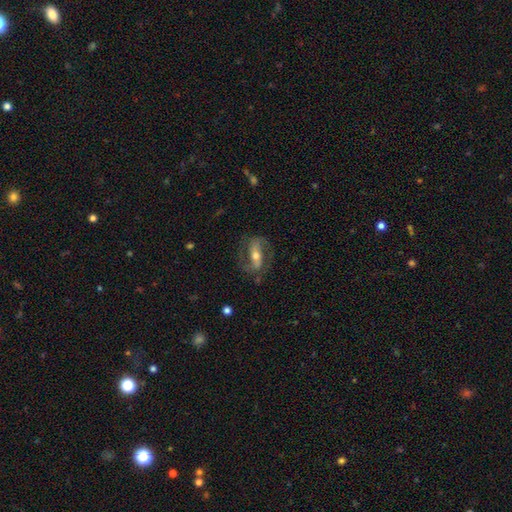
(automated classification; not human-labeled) Morphology: type=featured or disk (78%); edge-on=no (90%); bar=strong (56%); spiral arms=yes (88%); winding=medium (47%); arm count=2 (88%); bulge=moderate (58%); merging=none (74%).